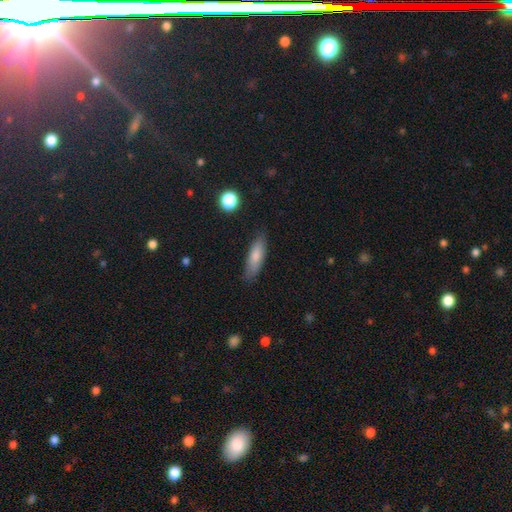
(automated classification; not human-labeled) Q: Smooth or featured?
A: smooth (78%); runner-up: featured or disk (15%)
Q: How rounded?
A: cigar-shaped (50%); runner-up: in between (48%)
Q: Merging?
A: none (81%); runner-up: minor disturbance (15%)